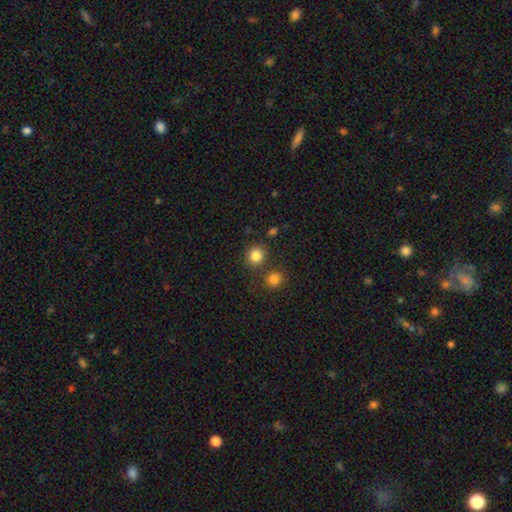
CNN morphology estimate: Smooth or featured: smooth — 83% (star or artifact — 12%)
How rounded: round — 89% (in between — 10%)
Merging: none — 79% (merger — 11%)